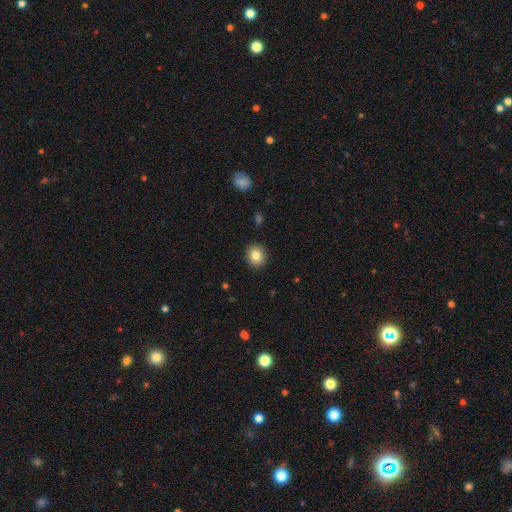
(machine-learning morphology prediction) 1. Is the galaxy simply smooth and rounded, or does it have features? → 84% smooth, 9% star or artifact, 7% featured or disk.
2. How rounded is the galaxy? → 76% round, 23% in between, 1% cigar-shaped.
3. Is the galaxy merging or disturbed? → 91% none, 6% minor disturbance, 2% major disturbance, 1% merger.